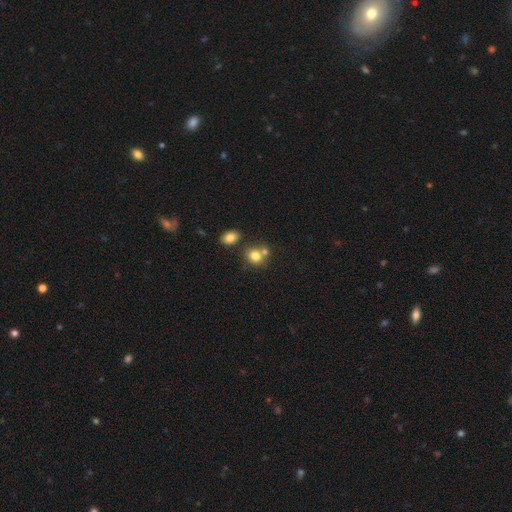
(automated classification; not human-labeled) Smooth or featured: smooth — 80% (star or artifact — 11%)
How rounded: round — 73% (in between — 26%)
Merging: none — 56% (merger — 30%)